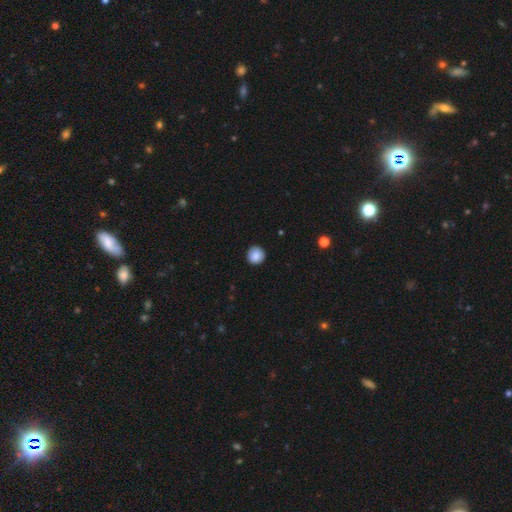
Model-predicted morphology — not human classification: The model was most divided on "smooth or featured": smooth: 87%, star or artifact: 8%, featured or disk: 5%. More confident: how rounded — round (95%); merging — none (90%).